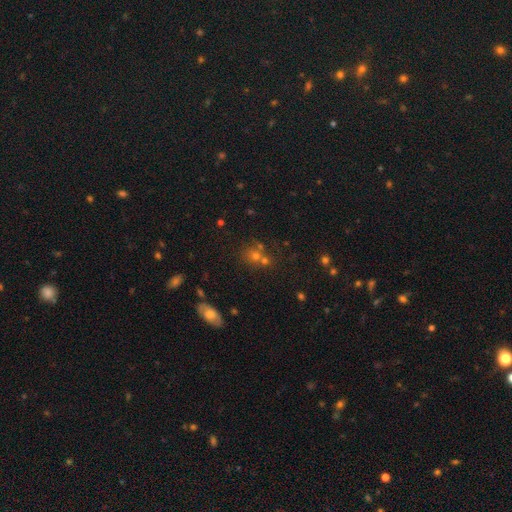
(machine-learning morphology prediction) The model was most divided on "merging": none: 54%, merger: 32%, minor disturbance: 9%, major disturbance: 4%. More confident: how rounded — round (78%); smooth or featured — smooth (56%).